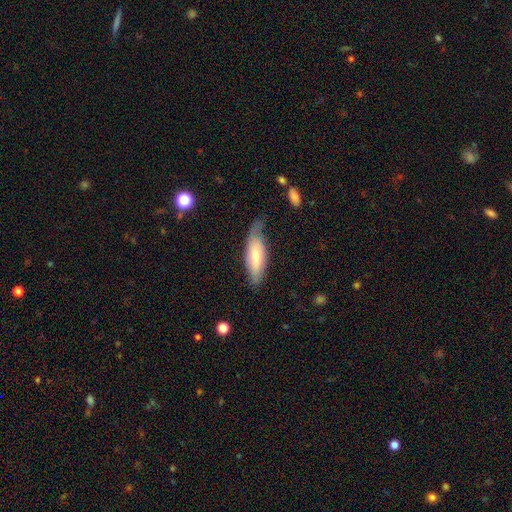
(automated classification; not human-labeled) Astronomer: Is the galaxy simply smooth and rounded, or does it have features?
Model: smooth — 58% (runner-up: featured or disk, 36%).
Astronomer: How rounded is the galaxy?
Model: in between — 58% (runner-up: cigar-shaped, 40%).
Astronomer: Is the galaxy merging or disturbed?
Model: none — 55% (runner-up: minor disturbance, 32%).